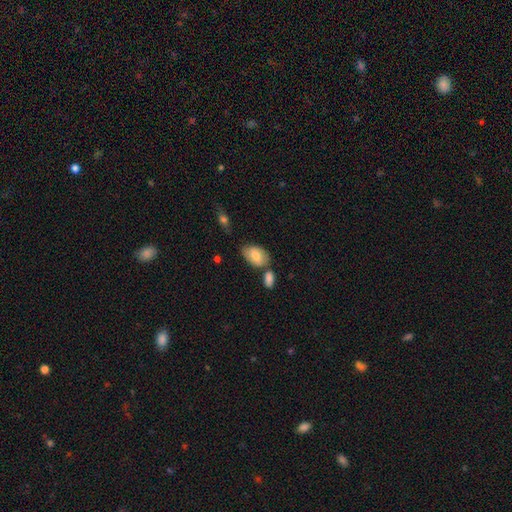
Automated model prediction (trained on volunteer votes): Smooth or featured?
  - smooth: 77% *
  - featured or disk: 17%
  - star or artifact: 6%
How rounded?
  - in between: 91% *
  - round: 7%
  - cigar-shaped: 2%
Merging?
  - none: 56% *
  - merger: 20%
  - minor disturbance: 19%
  - major disturbance: 5%